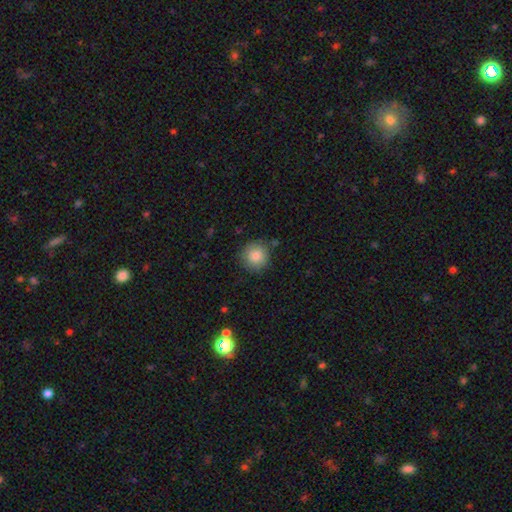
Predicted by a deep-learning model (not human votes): Overall: smooth (86%). How rounded: round (94%). Merging: none (83%).